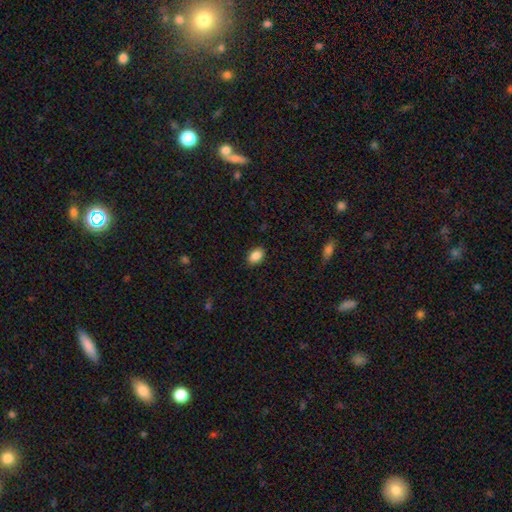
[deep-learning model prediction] Smooth or featured?
  - smooth: 88% *
  - star or artifact: 8%
  - featured or disk: 4%
How rounded?
  - in between: 82% *
  - round: 16%
  - cigar-shaped: 1%
Merging?
  - none: 87% *
  - minor disturbance: 9%
  - major disturbance: 2%
  - merger: 1%